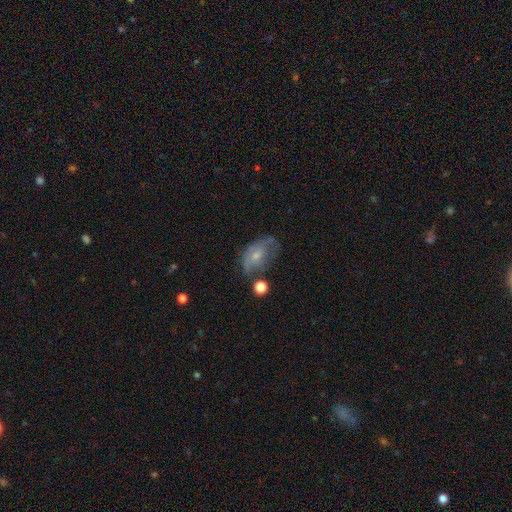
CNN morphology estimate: Overall: smooth (47%; featured or disk 43%). Merging: none (38%; minor disturbance 32%).